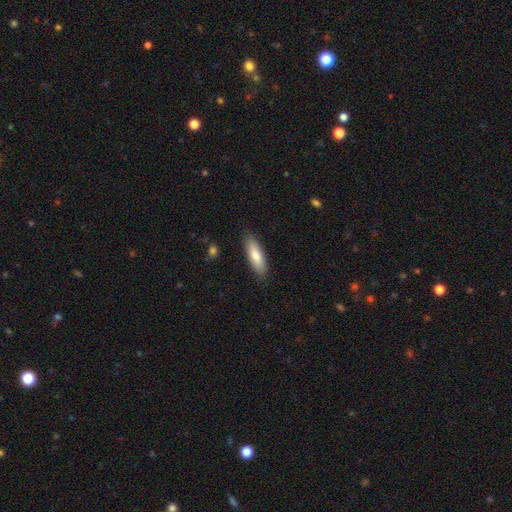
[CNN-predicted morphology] smooth-or-featured: smooth: 81% | featured or disk: 13% | star or artifact: 6%
  how-rounded: in between: 49% (tied) | cigar-shaped: 49% (tied) | round: 2%
  merging: none: 86% | minor disturbance: 10% | major disturbance: 2% | merger: 1%